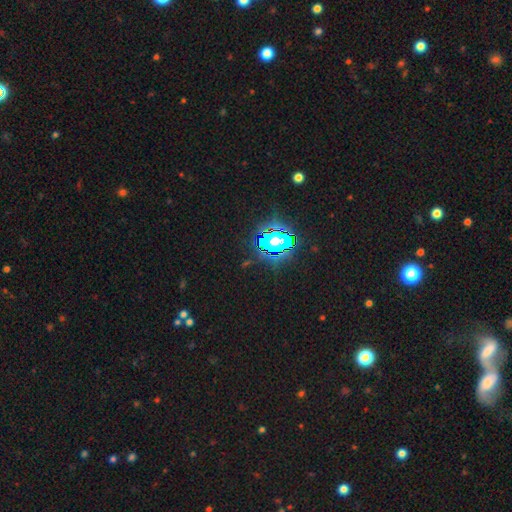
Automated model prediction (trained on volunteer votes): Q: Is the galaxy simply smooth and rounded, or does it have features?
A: star or artifact — 80%.